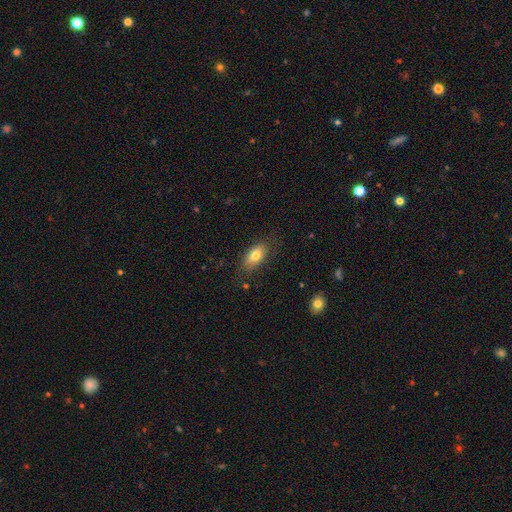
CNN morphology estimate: type=smooth (76%); roundness=in between (88%); merging=none (78%).